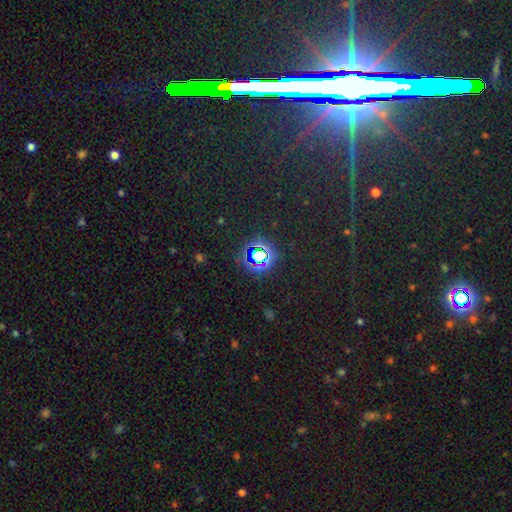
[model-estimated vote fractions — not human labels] Morphology: type=star or artifact (74%).